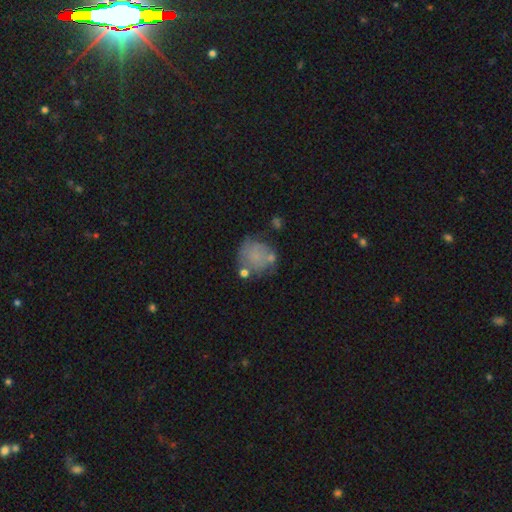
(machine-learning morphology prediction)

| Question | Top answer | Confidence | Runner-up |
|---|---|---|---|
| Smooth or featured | smooth | 60% | featured or disk (29%) |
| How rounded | round | 83% | in between (16%) |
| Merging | none | 49% | minor disturbance (24%) |